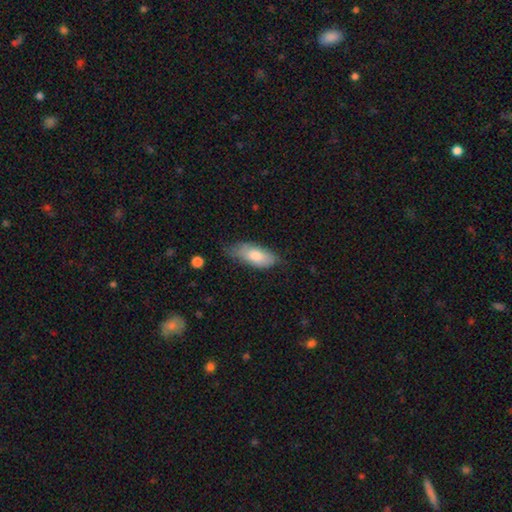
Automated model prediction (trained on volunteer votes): Smooth or featured?
  - smooth: 75% *
  - featured or disk: 19%
  - star or artifact: 6%
How rounded?
  - in between: 83% *
  - cigar-shaped: 15%
  - round: 2%
Merging?
  - none: 56% *
  - minor disturbance: 34%
  - major disturbance: 8%
  - merger: 2%